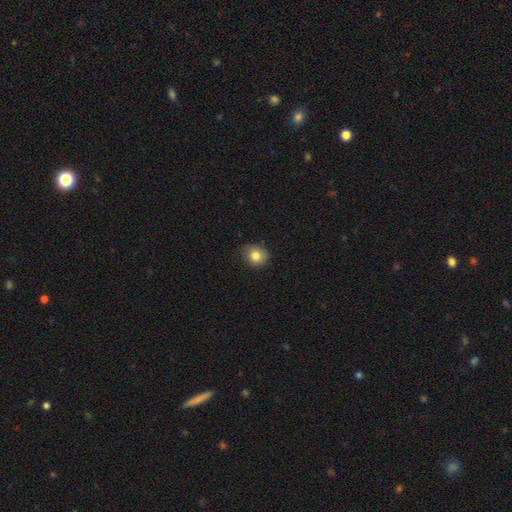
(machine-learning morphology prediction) Overall: smooth (82%). How rounded: round (73%). Merging: none (78%).